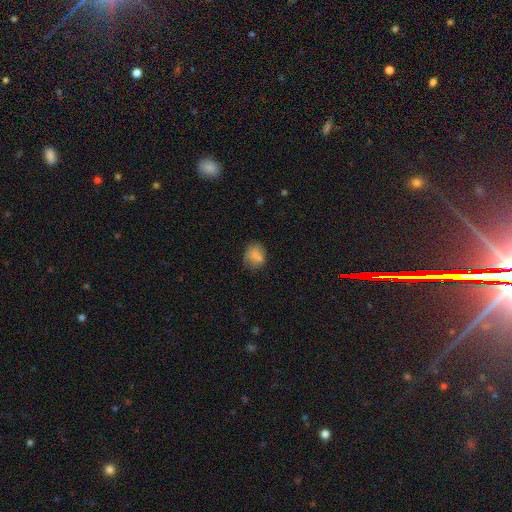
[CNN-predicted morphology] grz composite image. It shows a smooth galaxy with no disk features (75%) that is round (63%). Merging: none (62%).